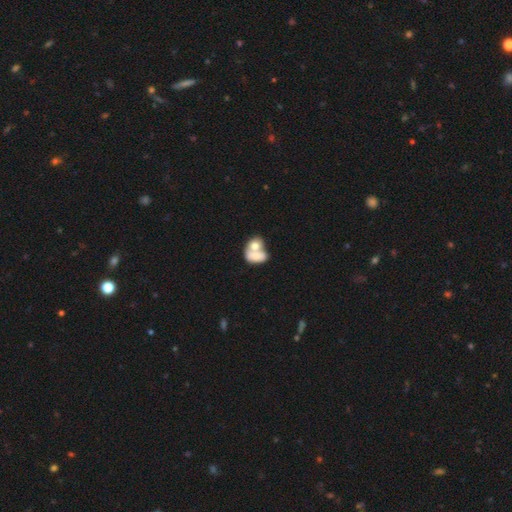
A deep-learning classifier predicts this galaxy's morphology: Smooth or featured: smooth — 69% (featured or disk — 23%)
How rounded: in between — 71% (round — 27%)
Merging: merger — 69% (none — 17%)